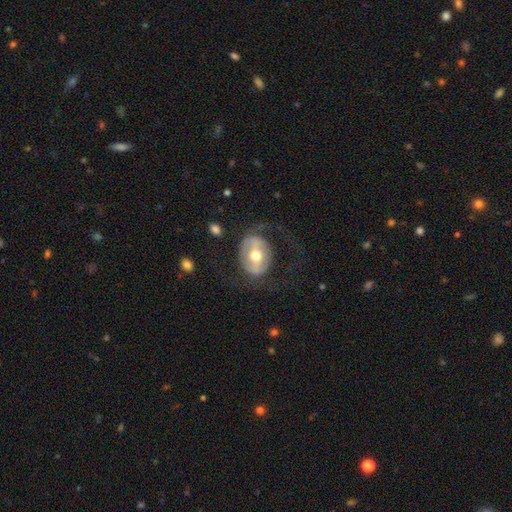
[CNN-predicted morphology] A featured or disk galaxy (65%) with a strong bar (45%), no spiral arms (56%) and a moderate central bulge (75%).

Vote fractions:
- Smooth or featured? featured or disk: 65% / smooth: 29% / star or artifact: 6%
- Edge-on disk? no: 94% / yes: 6%
- Bar? strong: 45% / weak: 32% / no: 23%
- Spiral arms? no: 56% / yes: 44%
- Bulge size? moderate: 75% / small: 13% / large: 10% / dominant: 1% / none: 1%
- Merging? none: 61% / major disturbance: 21% / minor disturbance: 16% / merger: 2%